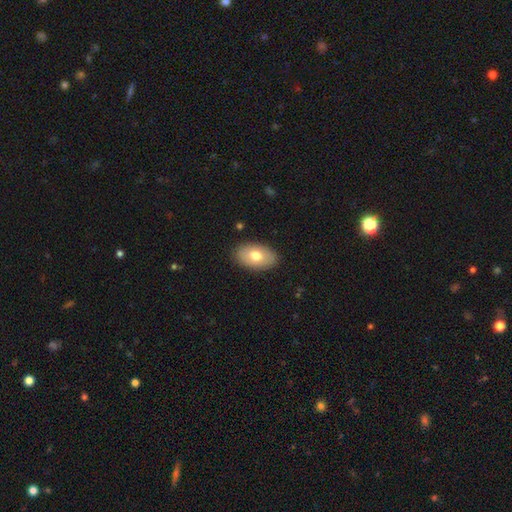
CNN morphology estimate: Smooth or featured: smooth — 72% (featured or disk — 22%)
How rounded: in between — 92% (round — 6%)
Merging: none — 87% (minor disturbance — 10%)